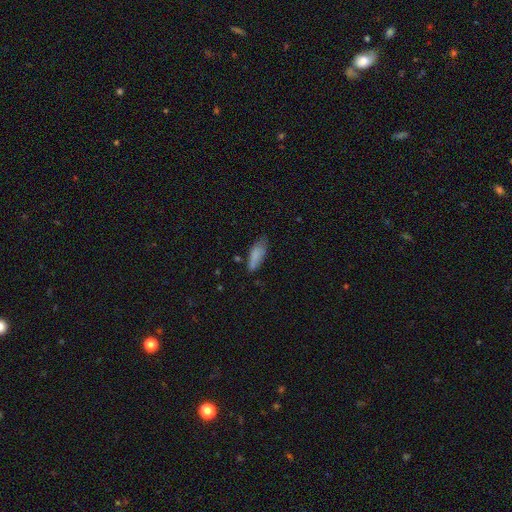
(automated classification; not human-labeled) A smooth galaxy with no disk features (81%) that is in between round and cigar-shaped (67%). Merging: none (57%).